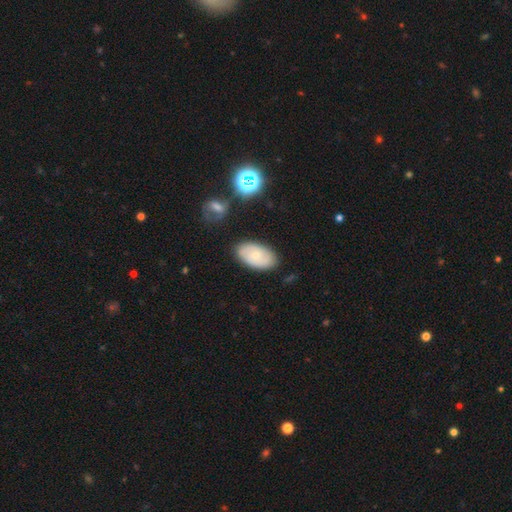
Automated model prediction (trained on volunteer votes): Morphology: type=smooth (50%); roundness=in between (93%); merging=none (82%).